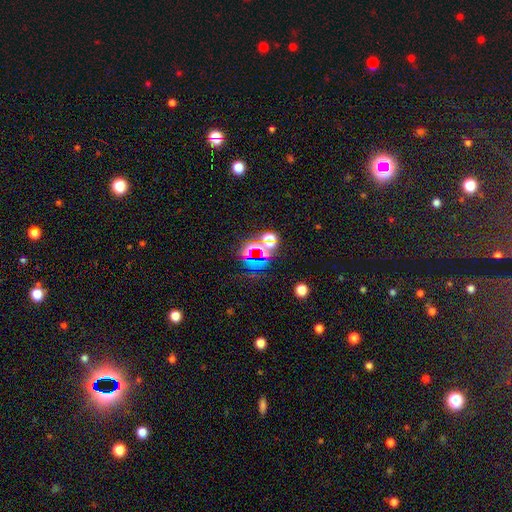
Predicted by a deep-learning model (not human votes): Morphology: type=star or artifact (71%).